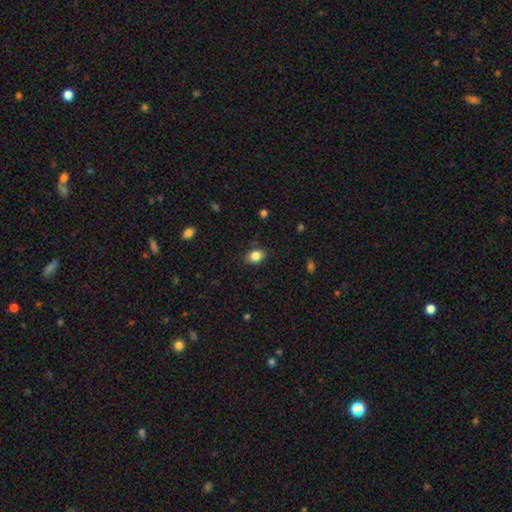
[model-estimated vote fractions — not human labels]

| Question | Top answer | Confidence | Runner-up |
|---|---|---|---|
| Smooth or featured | smooth | 85% | star or artifact (10%) |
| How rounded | in between | 66% | round (33%) |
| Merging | none | 84% | minor disturbance (12%) |